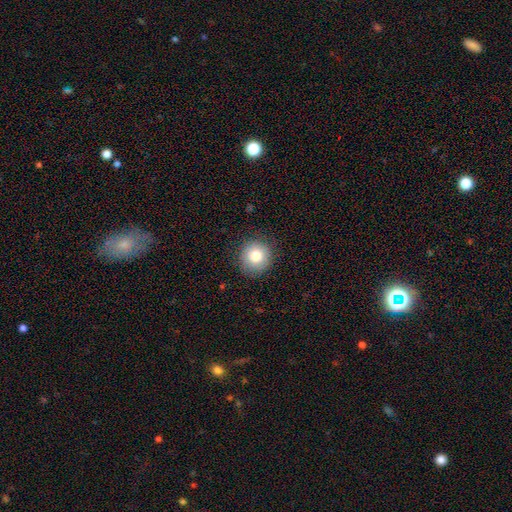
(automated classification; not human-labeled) Overall: smooth (81%). How rounded: round (92%). Merging: none (87%).